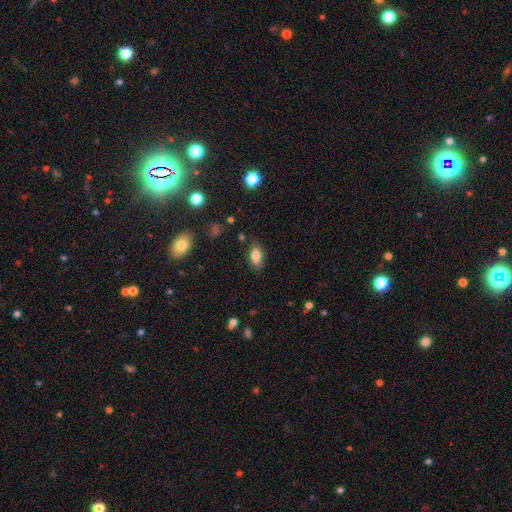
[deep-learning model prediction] This appears to be a smooth galaxy with no disk features (81%) that is in between round and cigar-shaped (89%). Merging: none (80%).